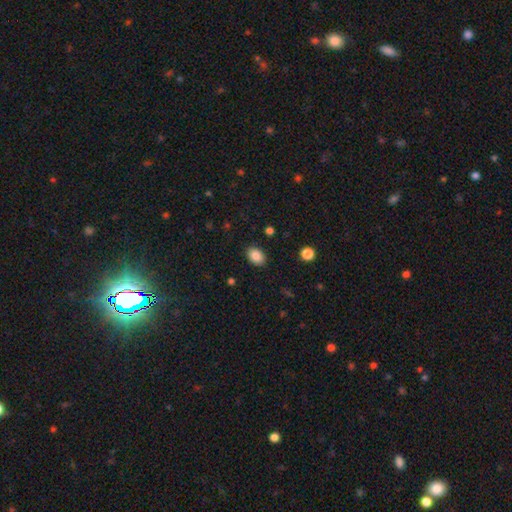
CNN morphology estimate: Smooth or featured: smooth — 87% (star or artifact — 8%)
How rounded: in between — 81% (round — 18%)
Merging: none — 88% (minor disturbance — 9%)